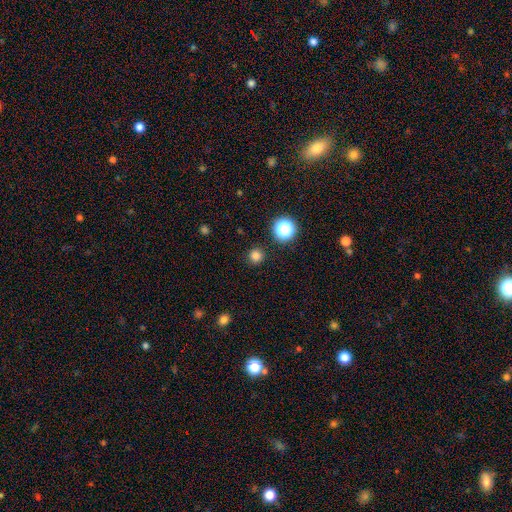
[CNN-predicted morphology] This is likely a smooth galaxy (79%). How rounded: clearly round (96%). Merging: clearly none (91%).